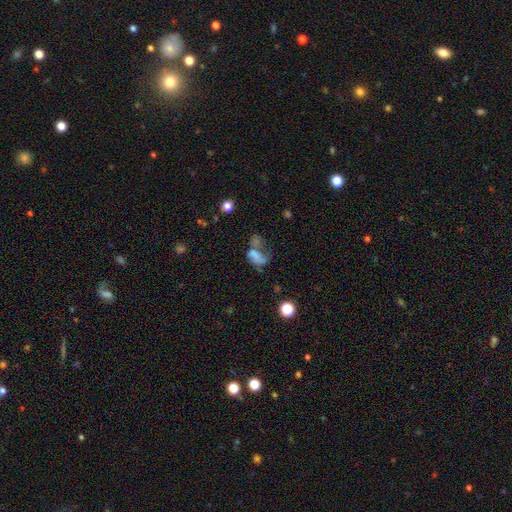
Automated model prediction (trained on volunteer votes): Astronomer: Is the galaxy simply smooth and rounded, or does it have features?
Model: smooth — 53% (runner-up: featured or disk, 30%).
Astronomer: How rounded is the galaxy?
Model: in between — 83%.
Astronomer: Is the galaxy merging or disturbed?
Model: merger — 38% (runner-up: major disturbance, 32%).